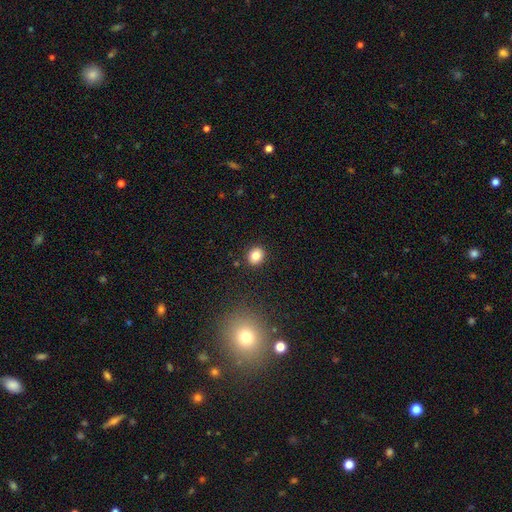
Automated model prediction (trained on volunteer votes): The model was most divided on "how rounded": round: 66%, in between: 33%, cigar-shaped: 1%. More confident: merging — none (90%); smooth or featured — smooth (82%).